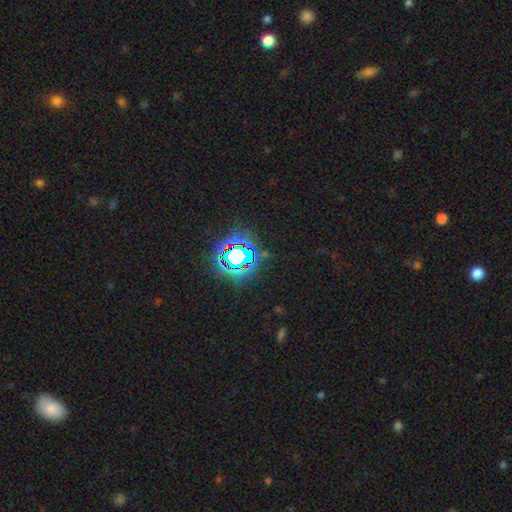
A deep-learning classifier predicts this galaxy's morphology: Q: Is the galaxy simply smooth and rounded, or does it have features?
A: star or artifact — 83%.